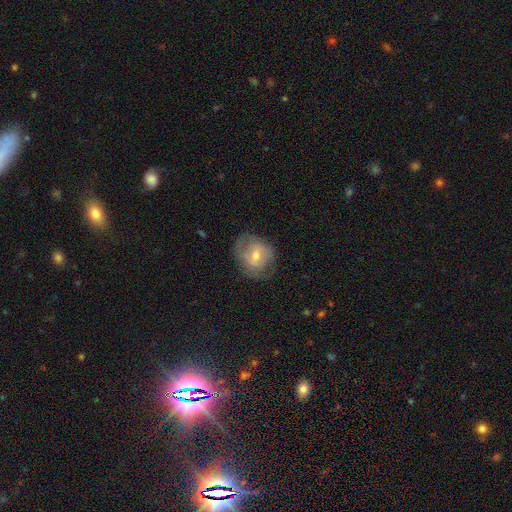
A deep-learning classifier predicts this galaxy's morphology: A featured or disk galaxy (47%).

Vote fractions:
- Smooth or featured? featured or disk: 47% / smooth: 46% / star or artifact: 7%
- Merging? none: 66% / minor disturbance: 22% / major disturbance: 10% / merger: 1%